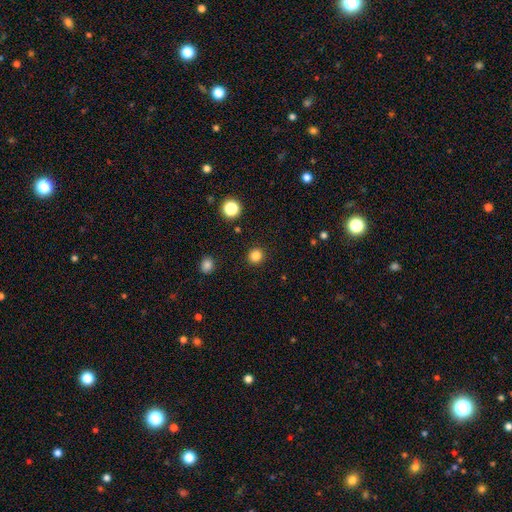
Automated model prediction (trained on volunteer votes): Smooth or featured? smooth (83%)
How rounded? round (93%)
Merging? none (92%)